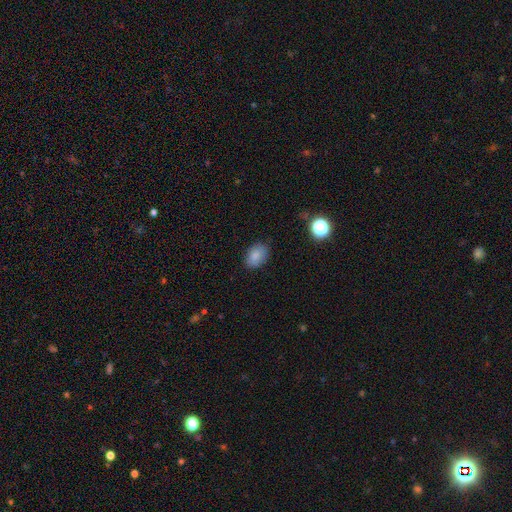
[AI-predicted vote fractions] smooth_or_featured: smooth (p=0.85) [alt: star or artifact p=0.09]
how_rounded: in between (p=0.84) [alt: round p=0.15]
merging: none (p=0.84) [alt: minor disturbance p=0.12]